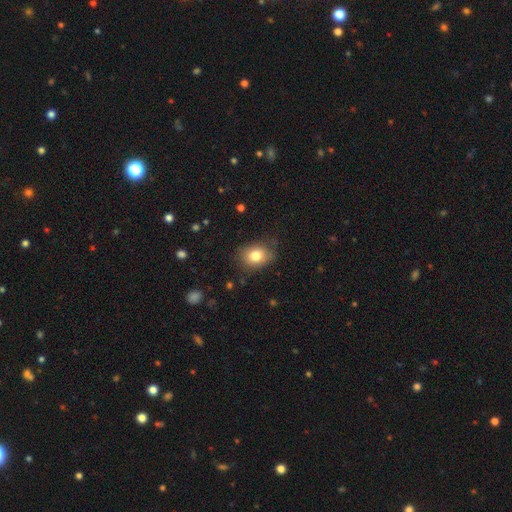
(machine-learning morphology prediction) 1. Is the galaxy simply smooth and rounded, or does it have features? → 80% smooth, 11% featured or disk, 9% star or artifact.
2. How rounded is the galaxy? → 62% in between, 37% round, 1% cigar-shaped.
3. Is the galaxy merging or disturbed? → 75% none, 19% minor disturbance, 5% major disturbance, 1% merger.